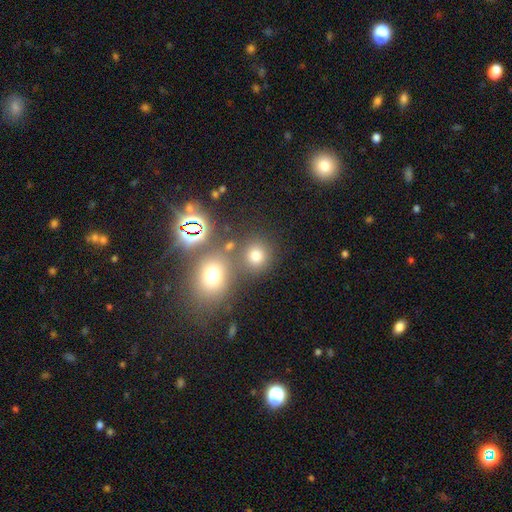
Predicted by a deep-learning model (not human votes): This appears to be a smooth galaxy with no disk features (71%) that is round (83%). Merging: none (69%).